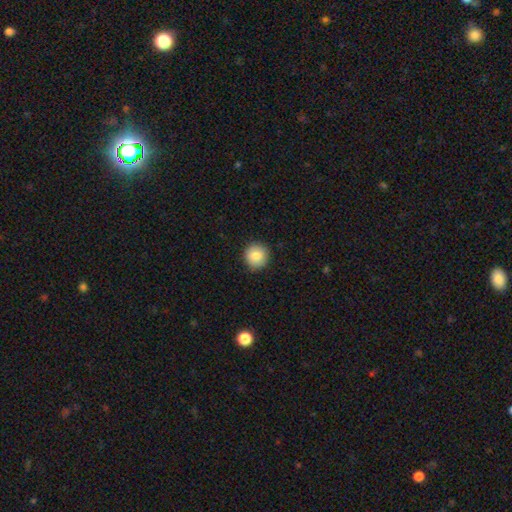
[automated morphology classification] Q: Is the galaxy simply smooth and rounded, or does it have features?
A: smooth — 84%.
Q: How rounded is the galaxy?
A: round — 92%.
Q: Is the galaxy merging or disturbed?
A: none — 89%.